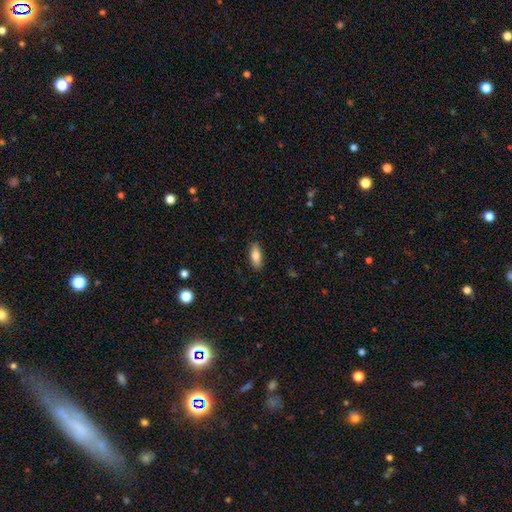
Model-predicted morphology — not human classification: Smooth or featured? Predicted: smooth (p=0.79). How rounded? Predicted: in between (p=0.76). Merging? Predicted: none (p=0.88).